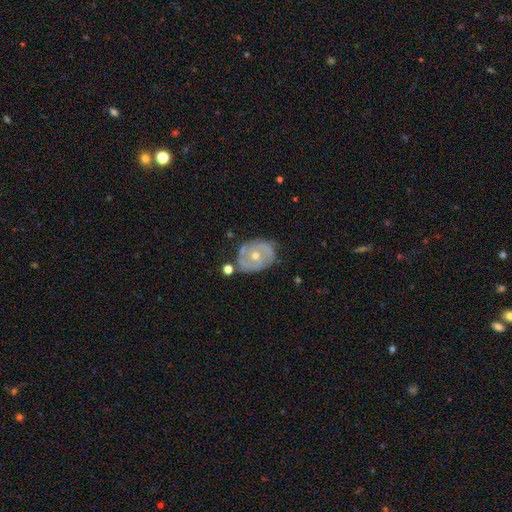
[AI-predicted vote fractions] This is likely a featured or disk galaxy (77%). It is clearly not viewed edge-on (96%). Bar: likely no (75%). Spiral arm pattern: clearly yes (83%). Spiral arm count: possibly 2 (51%). Spiral winding: possibly tight (60%). Central bulge: possibly moderate (54%). Merging: likely none (71%).